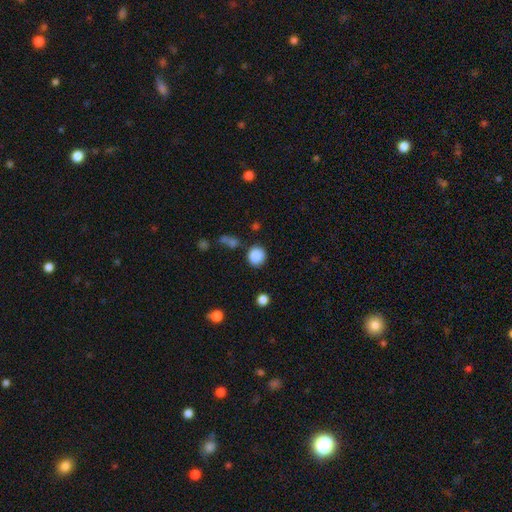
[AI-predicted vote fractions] smooth 86%, star or artifact 9%, featured or disk 5%. Down the decision tree: how rounded — round (81%); merging — none (79%).